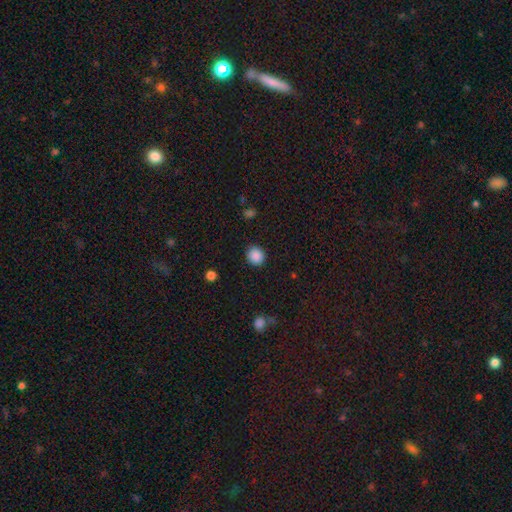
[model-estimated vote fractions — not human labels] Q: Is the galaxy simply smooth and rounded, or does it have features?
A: smooth — 88%.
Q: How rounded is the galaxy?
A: round — 84%.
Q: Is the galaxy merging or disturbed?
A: none — 90%.